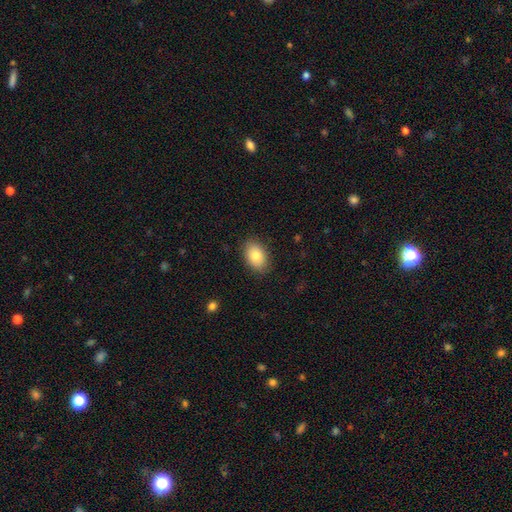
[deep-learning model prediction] Morphology: type=smooth (81%); roundness=in between (85%); merging=none (87%).